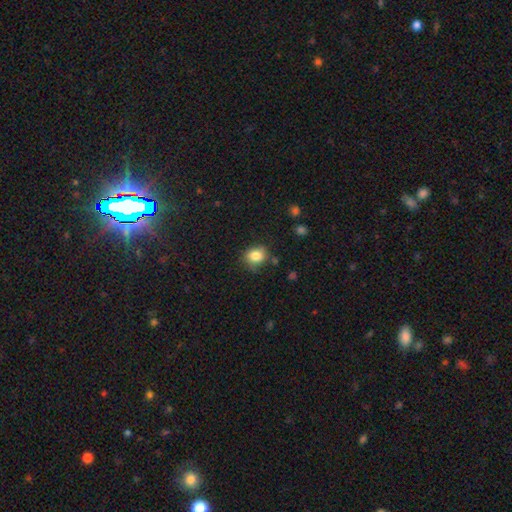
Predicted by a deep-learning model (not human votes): smooth-or-featured: smooth: 83% | star or artifact: 10% | featured or disk: 7%
  how-rounded: round: 64% | in between: 35% | cigar-shaped: 1%
  merging: none: 71% | minor disturbance: 21% | major disturbance: 5% | merger: 3%